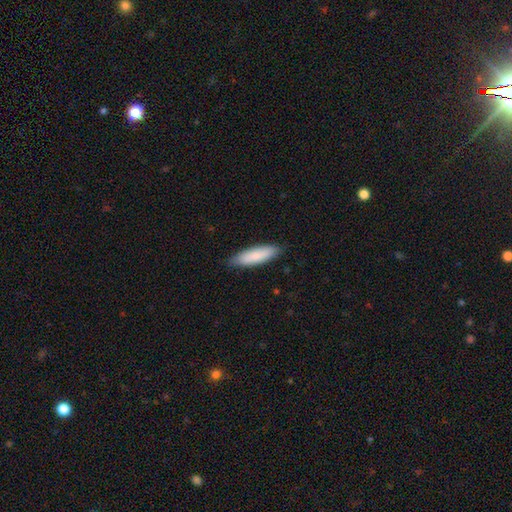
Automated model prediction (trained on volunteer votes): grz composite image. It shows a smooth galaxy with no disk features (85%) that is cigar-shaped (58%). Merging: none (86%).